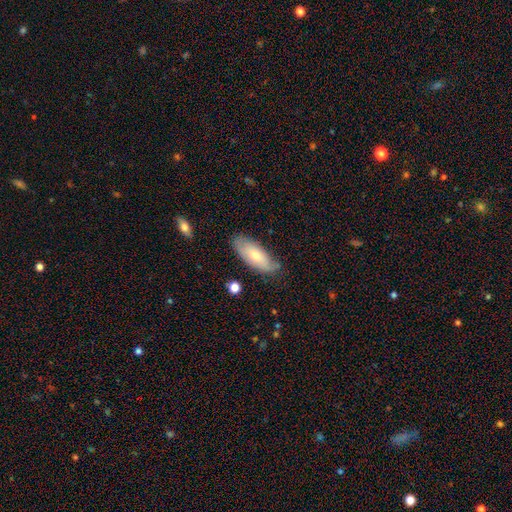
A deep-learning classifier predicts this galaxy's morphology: smooth_or_featured: smooth (p=0.68) [alt: featured or disk p=0.26]
how_rounded: in between (p=0.82) [alt: cigar-shaped p=0.17]
merging: none (p=0.71) [alt: minor disturbance p=0.23]